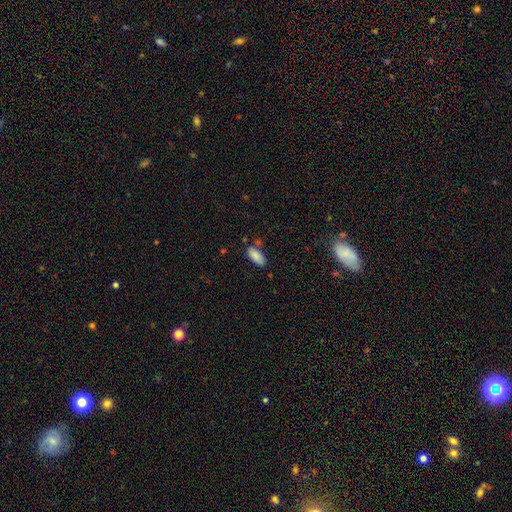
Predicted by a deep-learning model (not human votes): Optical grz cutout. It shows a smooth galaxy with no disk features (87%) that is in between round and cigar-shaped (89%). Merging: none (75%).